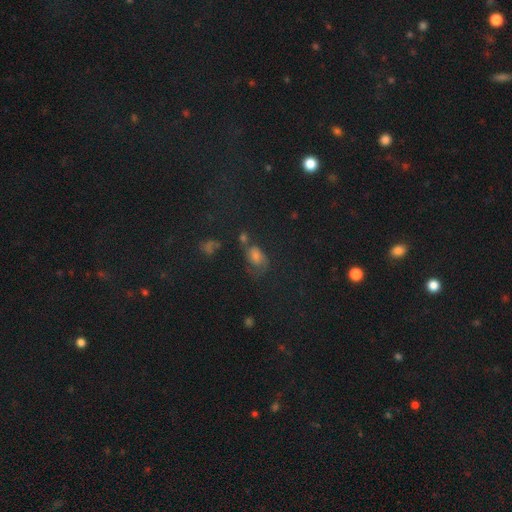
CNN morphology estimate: This is possibly a smooth galaxy (49%). Merging: possibly none (49%).